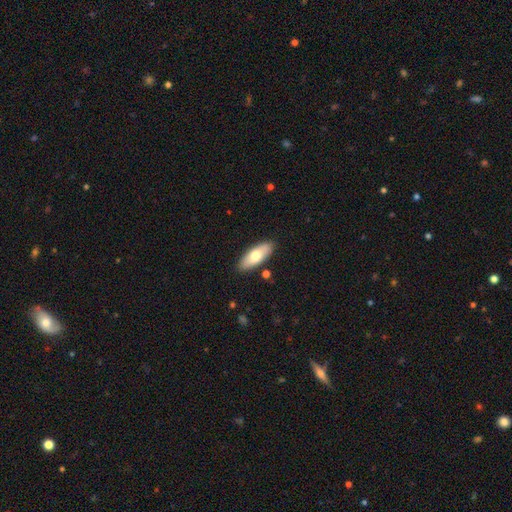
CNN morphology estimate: smooth 70%, featured or disk 25%, star or artifact 6%. Down the decision tree: how rounded — in between (78%); merging — none (87%).